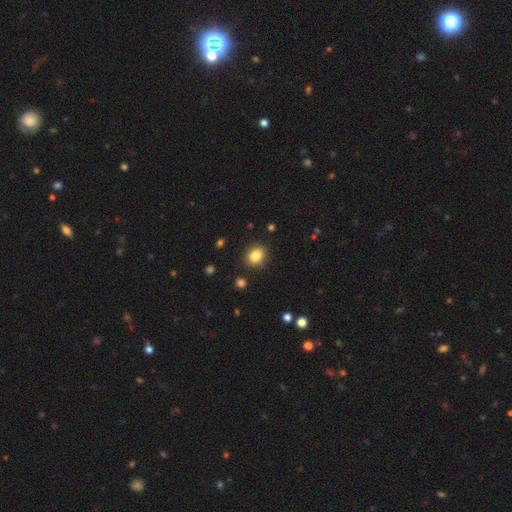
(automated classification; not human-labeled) The model was most divided on "how rounded": round: 67%, in between: 32%, cigar-shaped: 1%. More confident: merging — none (88%); smooth or featured — smooth (83%).